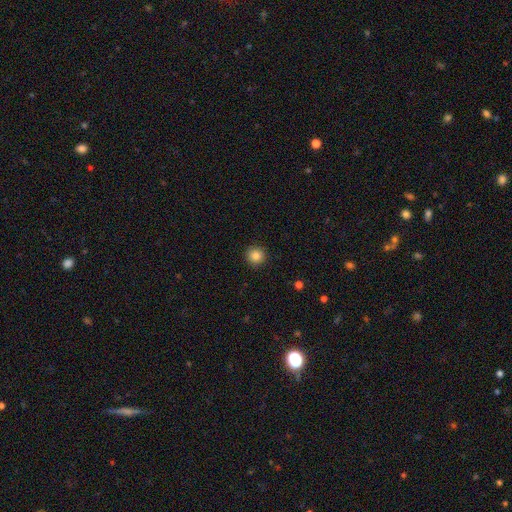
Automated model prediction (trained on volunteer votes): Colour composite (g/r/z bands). It shows a smooth galaxy with no disk features (84%) that is round (95%). Merging: none (92%).